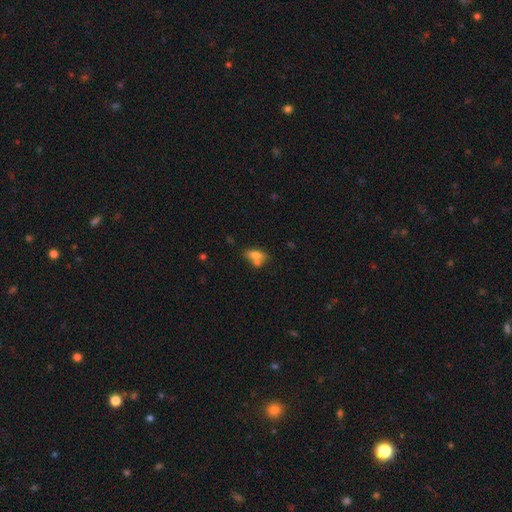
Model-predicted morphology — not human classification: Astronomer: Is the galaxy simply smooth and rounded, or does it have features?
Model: smooth — 70%.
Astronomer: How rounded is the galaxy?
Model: in between — 80%.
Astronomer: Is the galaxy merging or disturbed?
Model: none — 41% (runner-up: merger, 37%).